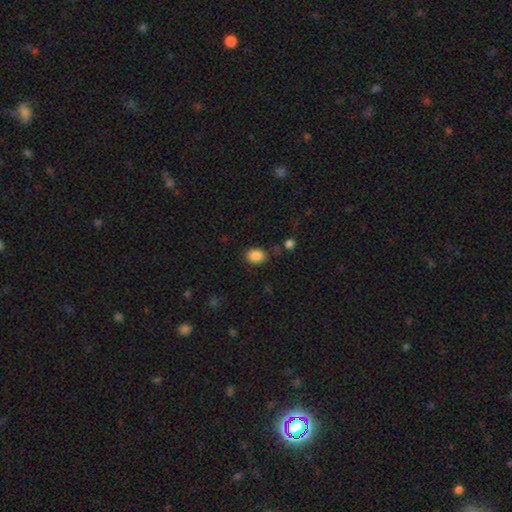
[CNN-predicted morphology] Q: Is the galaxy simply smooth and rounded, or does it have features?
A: smooth — 87%.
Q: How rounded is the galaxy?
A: in between — 64%.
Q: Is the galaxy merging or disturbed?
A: none — 78%.